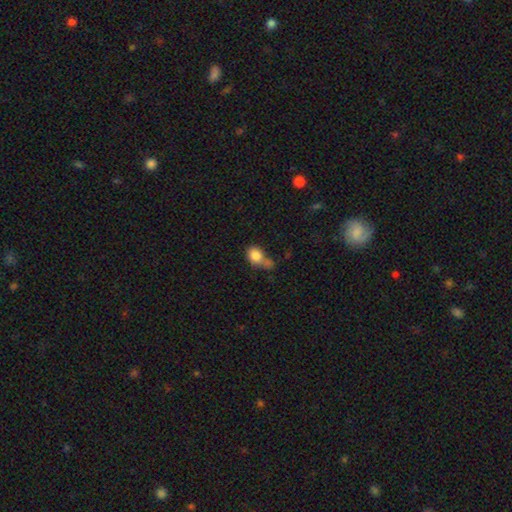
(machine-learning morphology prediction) smooth_or_featured: smooth (p=0.83) [alt: star or artifact p=0.09]
how_rounded: round (p=0.53) [alt: in between p=0.46]
merging: none (p=0.34) [alt: merger p=0.33]